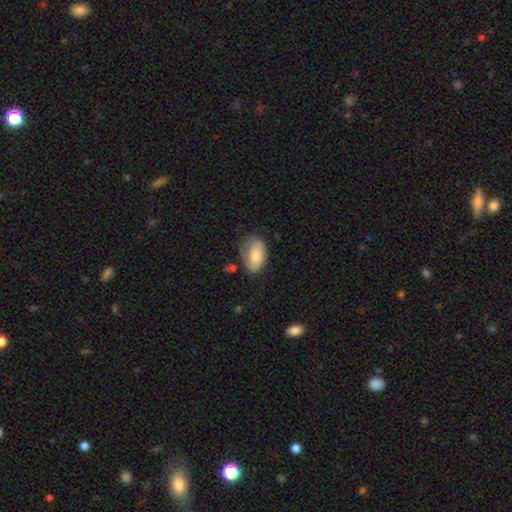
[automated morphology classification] smooth_or_featured: smooth (p=0.67) [alt: featured or disk p=0.26]
how_rounded: in between (p=0.90) [alt: round p=0.09]
merging: none (p=0.54) [alt: minor disturbance p=0.31]